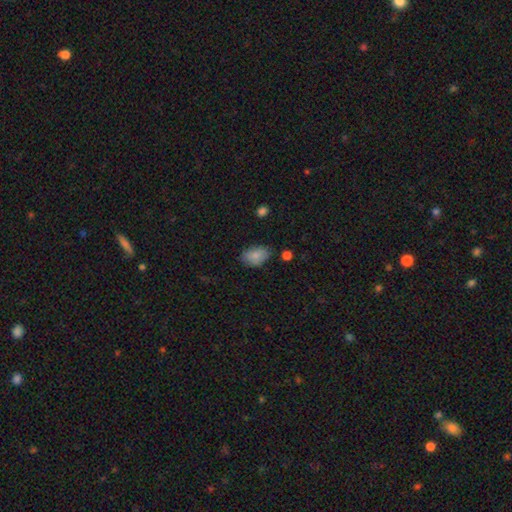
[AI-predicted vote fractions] A smooth galaxy with no disk features (85%) that is in between round and cigar-shaped (89%).

Vote fractions:
- Smooth or featured? smooth: 85% / star or artifact: 8% / featured or disk: 7%
- How rounded? in between: 89% / round: 10% / cigar-shaped: 2%
- Merging? none: 73% / minor disturbance: 20% / major disturbance: 4% / merger: 3%